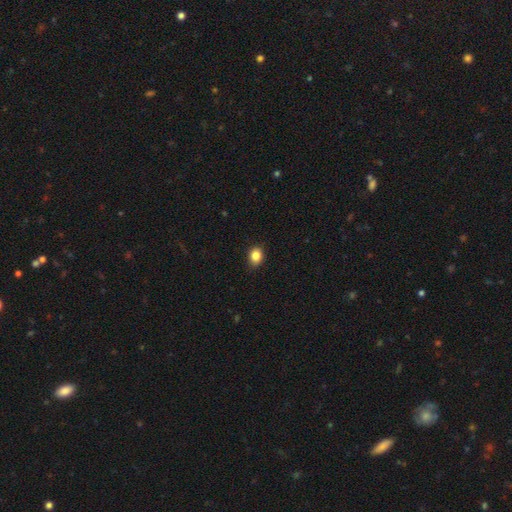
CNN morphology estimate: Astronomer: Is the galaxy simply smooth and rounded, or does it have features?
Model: smooth — 86%.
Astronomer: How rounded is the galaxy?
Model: in between — 53% (runner-up: round, 46%).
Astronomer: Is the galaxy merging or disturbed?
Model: none — 86%.